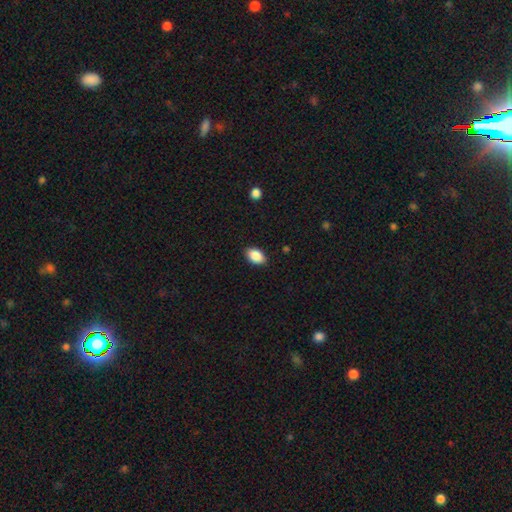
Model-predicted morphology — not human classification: A smooth galaxy with no disk features (88%) that is in between round and cigar-shaped (90%).

Vote fractions:
- Smooth or featured? smooth: 88% / star or artifact: 7% / featured or disk: 5%
- How rounded? in between: 90% / round: 9% / cigar-shaped: 1%
- Merging? none: 88% / minor disturbance: 9% / major disturbance: 2% / merger: 1%